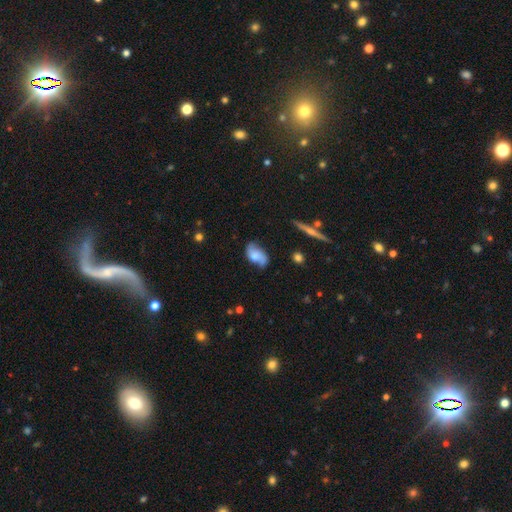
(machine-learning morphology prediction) smooth_or_featured: featured or disk (p=0.53) [alt: smooth p=0.39]
disk_edge_on: no (p=0.93) [alt: yes p=0.07]
merging: none (p=0.63) [alt: minor disturbance p=0.27]